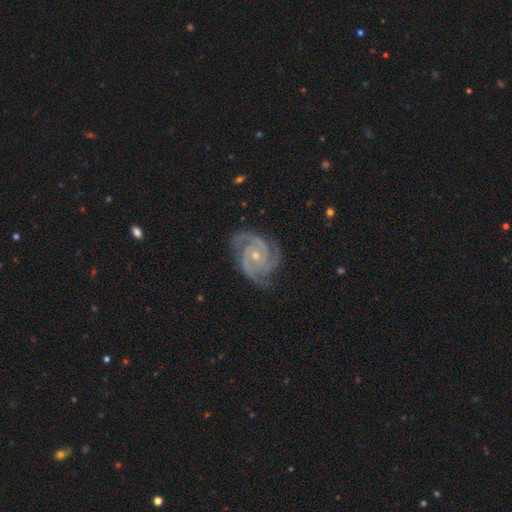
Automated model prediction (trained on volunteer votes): Smooth or featured? Predicted: featured or disk (p=0.94). Edge-on disk? Predicted: no (p=0.98). Bar? Predicted: no (p=0.71). Spiral arms? Predicted: yes (p=0.99). Spiral winding? Predicted: tight (p=0.66). Spiral arm count? Predicted: 3 (p=0.63). Bulge size? Predicted: small (p=0.65). Merging? Predicted: none (p=0.78).